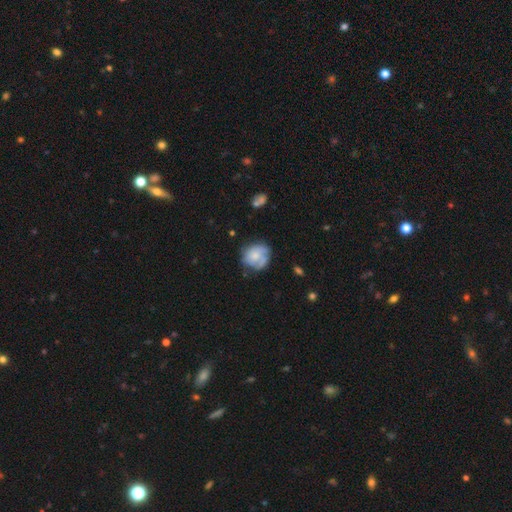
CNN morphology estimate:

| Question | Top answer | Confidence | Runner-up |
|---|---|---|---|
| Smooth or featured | smooth | 48% | featured or disk (45%) |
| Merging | none | 59% | minor disturbance (26%) |